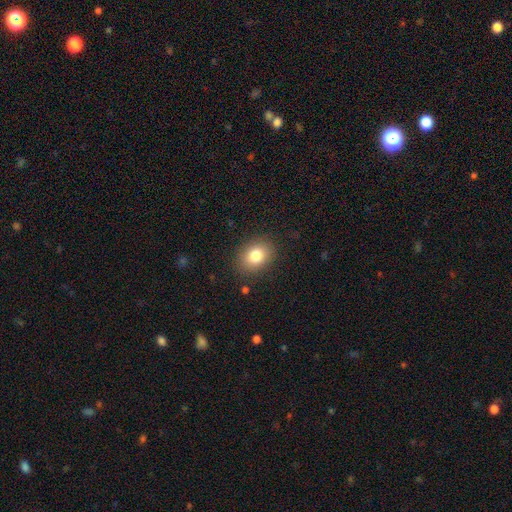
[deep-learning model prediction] smooth-or-featured: smooth: 81% | star or artifact: 10% | featured or disk: 9%
  how-rounded: in between: 63% | round: 36% | cigar-shaped: 1%
  merging: none: 86% | minor disturbance: 10% | major disturbance: 3% | merger: 1%